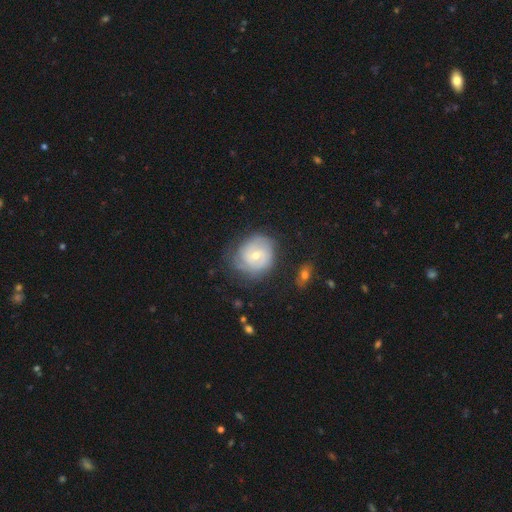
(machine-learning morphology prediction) This is likely a featured or disk galaxy (65%). It is clearly not viewed edge-on (97%). Bar: likely no (63%). Spiral arm pattern: clearly yes (84%). Spiral arm count: marginally can't tell (41%). Spiral winding: likely tight (63%). Central bulge: possibly moderate (52%). Merging: likely none (65%).